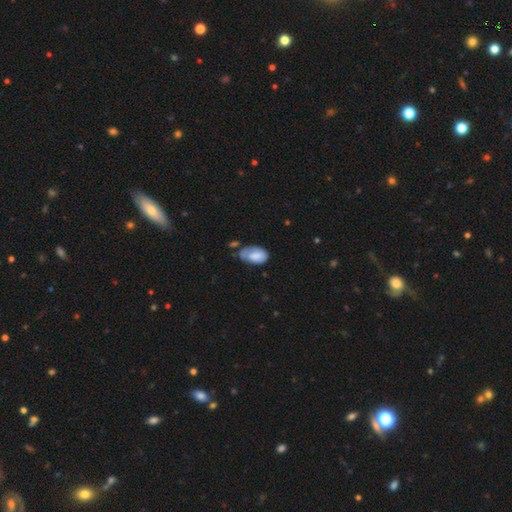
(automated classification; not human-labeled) The model was most divided on "merging": none: 41%, minor disturbance: 36%, major disturbance: 13%, merger: 10%. More confident: how rounded — in between (93%); smooth or featured — smooth (76%).